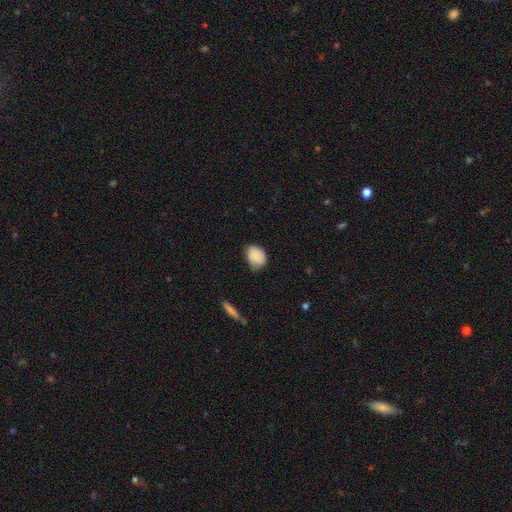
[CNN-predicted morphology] Smooth or featured: smooth — 85% (featured or disk — 8%)
How rounded: in between — 61% (round — 38%)
Merging: none — 62% (minor disturbance — 31%)